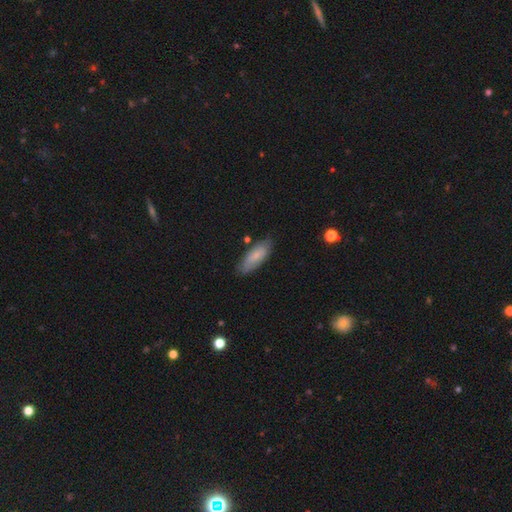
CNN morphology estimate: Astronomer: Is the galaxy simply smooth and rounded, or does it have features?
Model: smooth — 71%.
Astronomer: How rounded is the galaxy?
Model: in between — 71%.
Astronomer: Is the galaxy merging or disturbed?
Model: none — 77%.